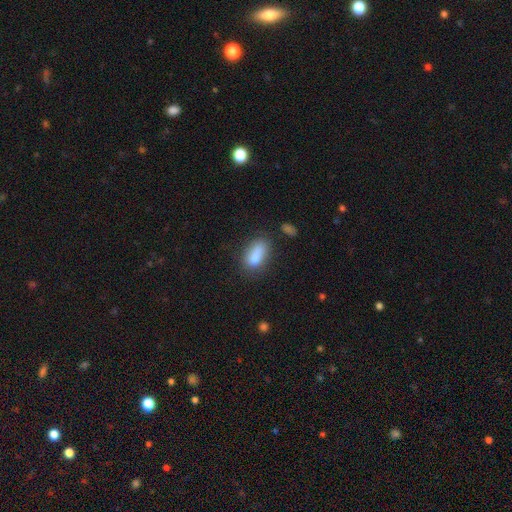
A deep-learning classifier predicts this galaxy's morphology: type=smooth (81%); roundness=in between (85%); merging=none (57%).